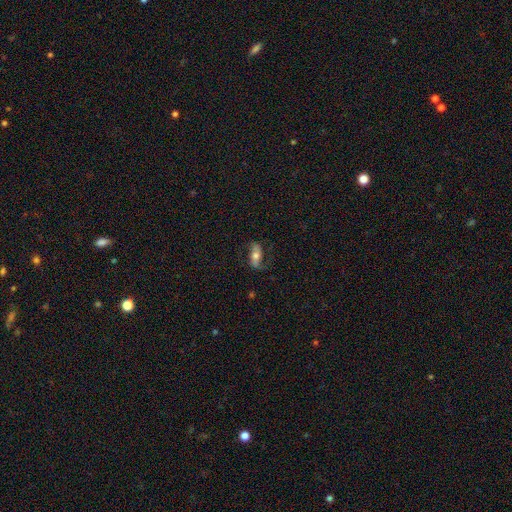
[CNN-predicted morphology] Smooth or featured?
  - smooth: 46% * (tied)
  - featured or disk: 46% * (tied)
  - star or artifact: 8%
Merging?
  - none: 70% *
  - minor disturbance: 19%
  - major disturbance: 10%
  - merger: 1%